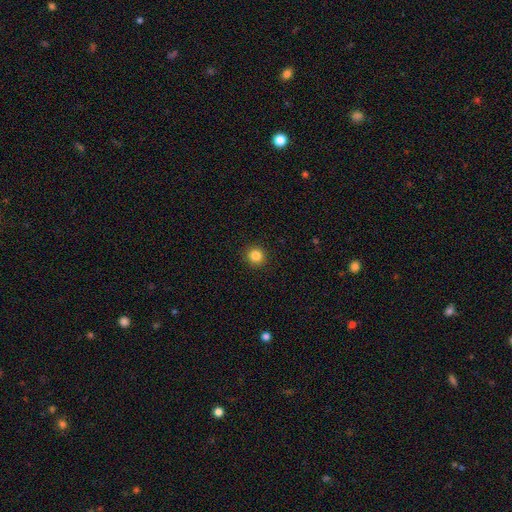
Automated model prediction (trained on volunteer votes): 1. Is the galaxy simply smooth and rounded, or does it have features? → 85% smooth, 11% star or artifact, 4% featured or disk.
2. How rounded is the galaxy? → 93% round, 6% in between, 1% cigar-shaped.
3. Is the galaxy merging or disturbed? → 92% none, 5% minor disturbance, 2% major disturbance, 1% merger.